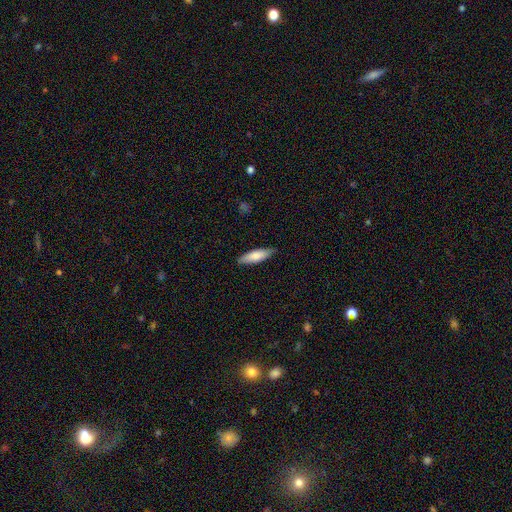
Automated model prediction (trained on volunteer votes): smooth 79%, featured or disk 16%, star or artifact 5%. Down the decision tree: how rounded — cigar-shaped (51%); merging — none (85%).